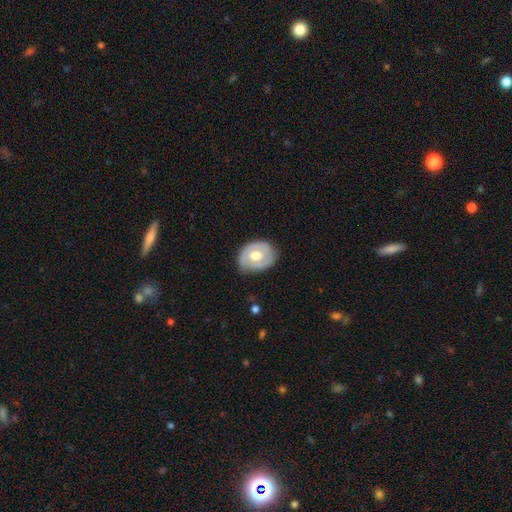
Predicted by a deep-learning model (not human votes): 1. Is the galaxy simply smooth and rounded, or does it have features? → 63% featured or disk, 32% smooth, 5% star or artifact.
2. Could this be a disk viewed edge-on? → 96% no, 4% yes.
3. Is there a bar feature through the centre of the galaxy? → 74% no, 22% weak, 4% strong.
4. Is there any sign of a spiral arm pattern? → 56% yes, 44% no.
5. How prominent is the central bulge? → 67% moderate, 24% large, 6% small, 1% dominant, 1% none.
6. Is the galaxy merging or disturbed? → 69% none, 24% minor disturbance, 6% major disturbance, 1% merger.